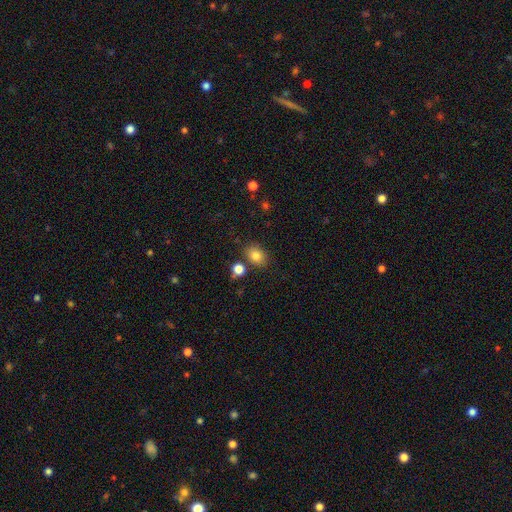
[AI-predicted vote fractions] This is clearly a smooth galaxy (83%). How rounded: likely in between (65%). Merging: likely none (78%).